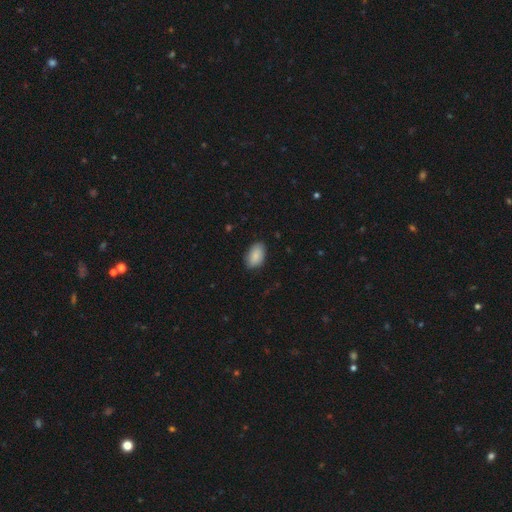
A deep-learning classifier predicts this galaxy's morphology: Q: Smooth or featured?
A: smooth (86%); runner-up: featured or disk (7%)
Q: How rounded?
A: in between (92%); runner-up: round (6%)
Q: Merging?
A: none (82%); runner-up: minor disturbance (14%)